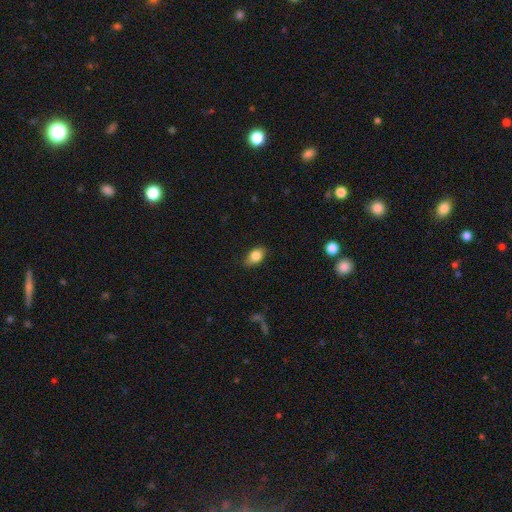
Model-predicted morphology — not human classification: Smooth or featured: smooth — 82% (featured or disk — 10%)
How rounded: in between — 84% (round — 13%)
Merging: none — 81% (minor disturbance — 15%)